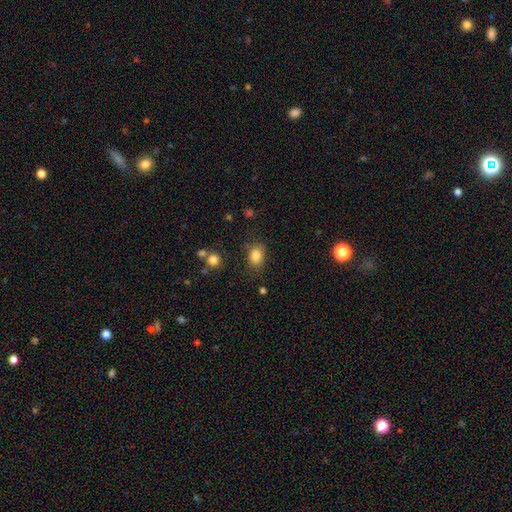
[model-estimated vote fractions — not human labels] Smooth or featured? Predicted: smooth (p=0.83). How rounded? Predicted: in between (p=0.71). Merging? Predicted: none (p=0.76).